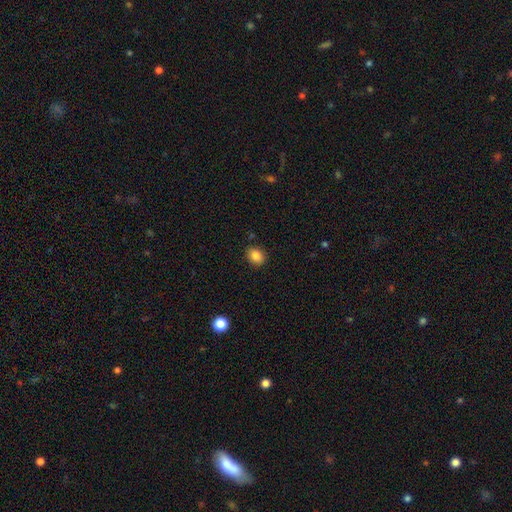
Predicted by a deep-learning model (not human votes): Overall: smooth (85%). How rounded: in between (50%; round 49%). Merging: none (86%).